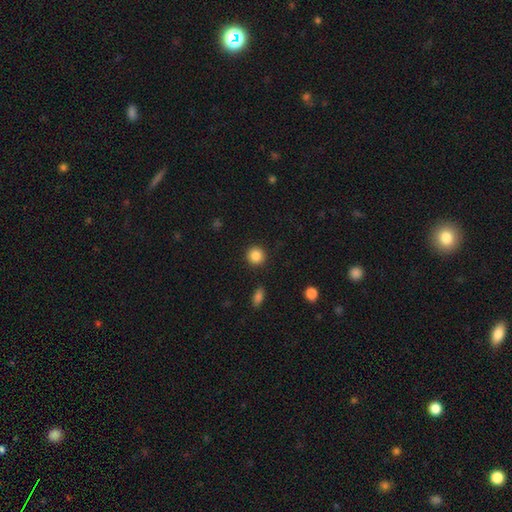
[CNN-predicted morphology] A smooth galaxy with no disk features (86%) that is round (93%). Merging: none (91%).